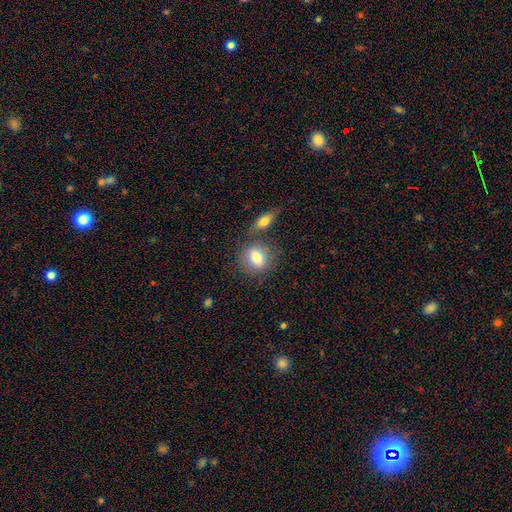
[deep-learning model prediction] Overall: smooth (76%). How rounded: round (52%; in between 45%). Merging: none (65%).